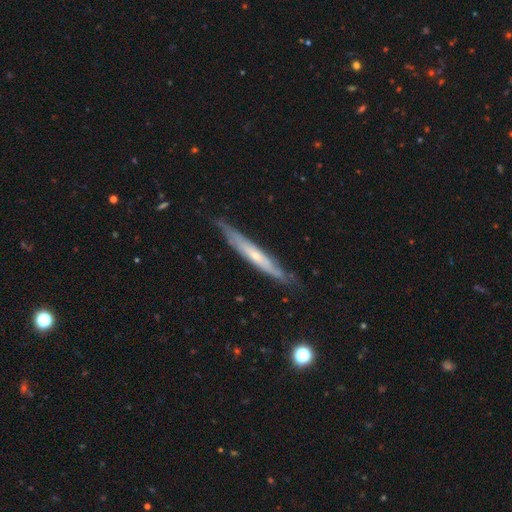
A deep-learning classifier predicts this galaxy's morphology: Q: Smooth or featured?
A: featured or disk (67%); runner-up: smooth (27%)
Q: Edge-on disk?
A: yes (79%); runner-up: no (21%)
Q: Edge-on bulge?
A: rounded (52%); runner-up: none (45%)
Q: Merging?
A: none (77%); runner-up: minor disturbance (18%)